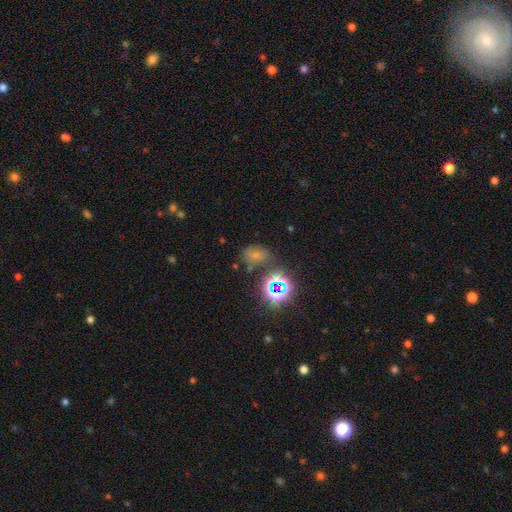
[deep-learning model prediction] Overall: smooth (56%; star or artifact 32%). How rounded: in between (75%). Merging: none (58%; minor disturbance 22%).